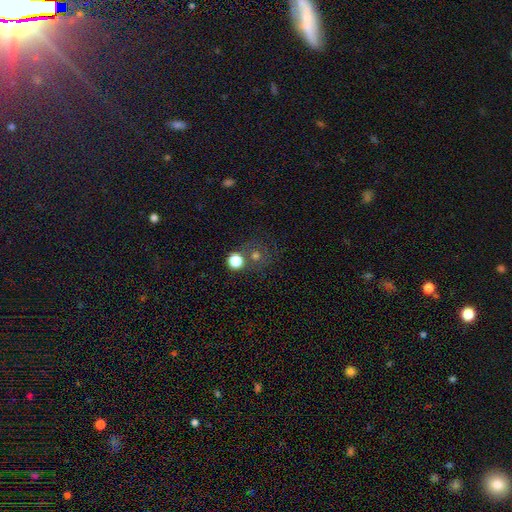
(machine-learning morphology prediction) A smooth galaxy with no disk features (55%) that is round (88%). Merging: none (64%).